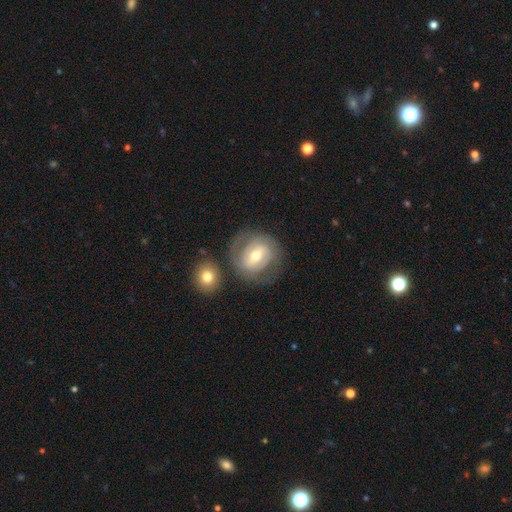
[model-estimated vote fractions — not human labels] This appears to be a featured or disk galaxy (65%) with a weak bar (45%), spiral arms (71%) and a moderate central bulge (64%). Merging: none (70%).